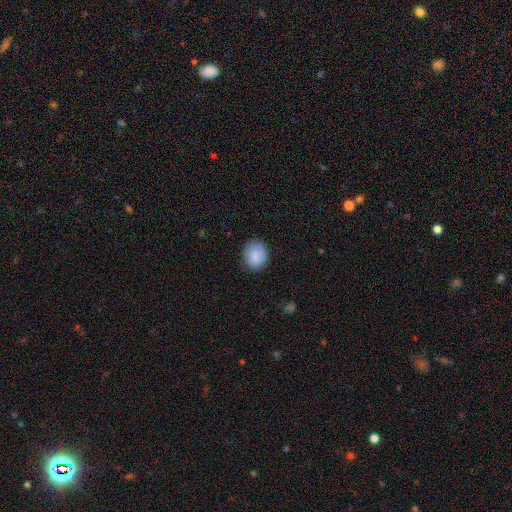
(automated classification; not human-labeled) Smooth or featured: smooth — 85% (featured or disk — 8%)
How rounded: round — 65% (in between — 34%)
Merging: none — 83% (minor disturbance — 13%)